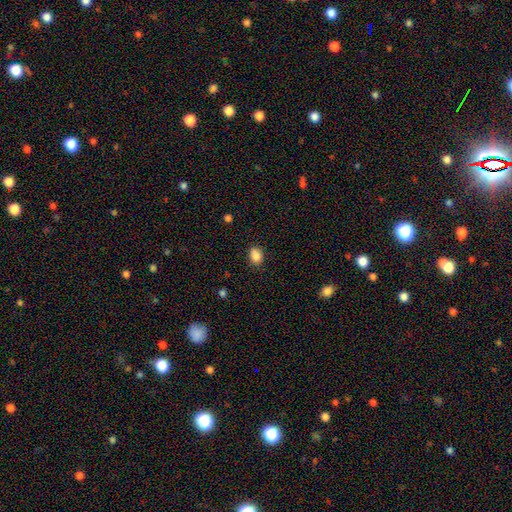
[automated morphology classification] Smooth or featured? Predicted: smooth (p=0.87). How rounded? Predicted: in between (p=0.68). Merging? Predicted: none (p=0.81).